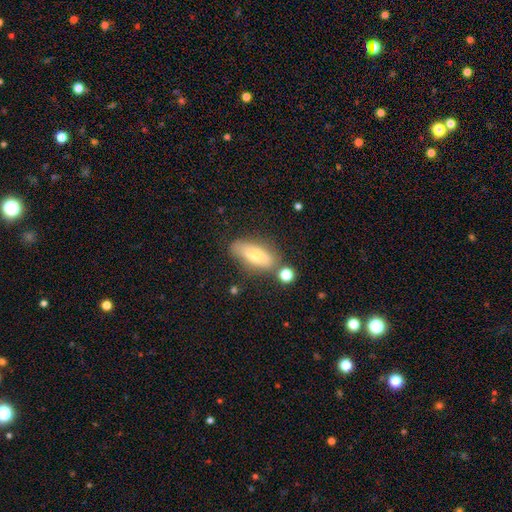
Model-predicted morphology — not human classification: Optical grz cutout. It shows a smooth galaxy with no disk features (64%) that is in between round and cigar-shaped (70%). Merging: none (68%).